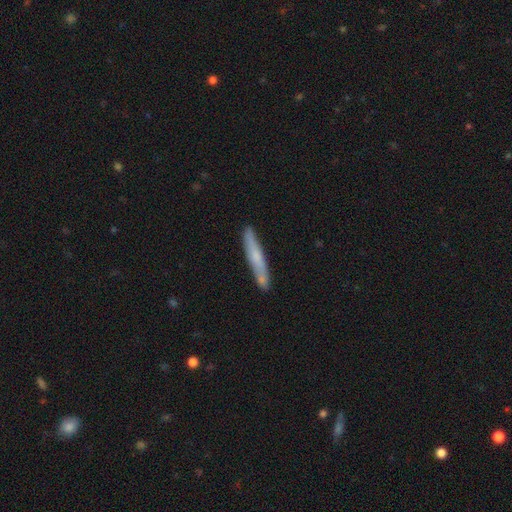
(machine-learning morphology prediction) smooth 59%, featured or disk 35%, star or artifact 5%. Down the decision tree: how rounded — cigar-shaped (94%); merging — none (80%).